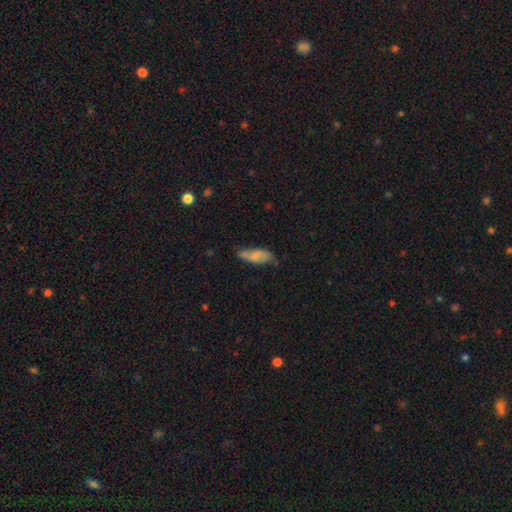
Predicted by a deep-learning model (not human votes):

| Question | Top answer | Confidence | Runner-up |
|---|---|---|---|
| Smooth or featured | smooth | 70% | featured or disk (23%) |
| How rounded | in between | 71% | cigar-shaped (27%) |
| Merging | none | 62% | minor disturbance (29%) |